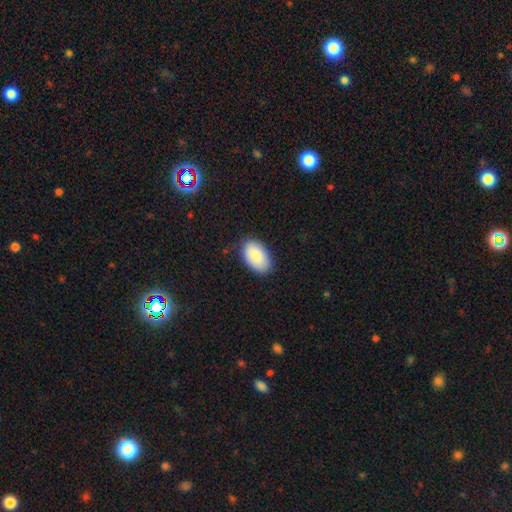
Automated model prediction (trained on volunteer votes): The model was most divided on "merging": none: 84%, minor disturbance: 13%, major disturbance: 2%, merger: 1%. More confident: how rounded — in between (94%); smooth or featured — smooth (87%).